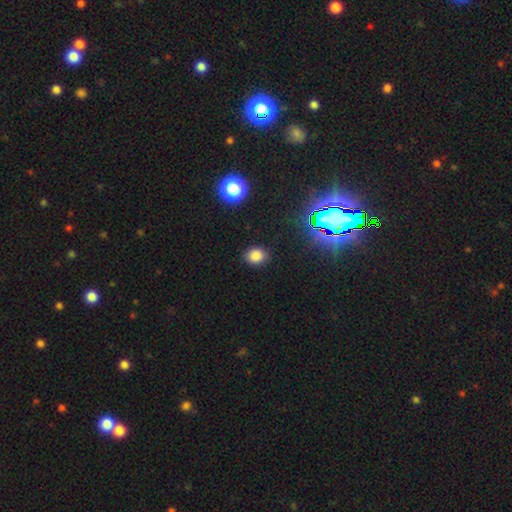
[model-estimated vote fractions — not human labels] Overall: smooth (80%). How rounded: round (56%; in between 43%). Merging: none (87%).